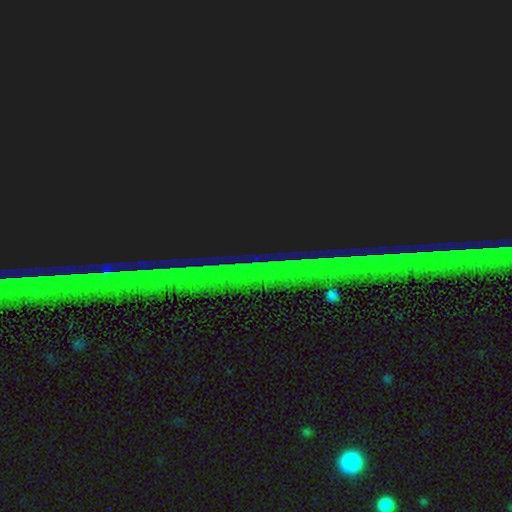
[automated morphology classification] The model was most divided on "smooth or featured": star or artifact: 88%, featured or disk: 7%, smooth: 5%.